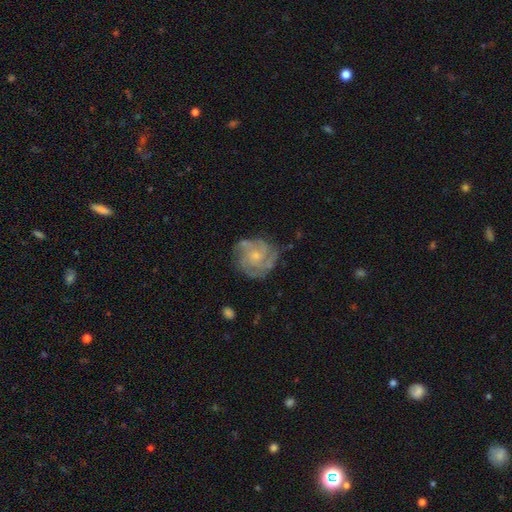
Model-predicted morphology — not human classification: featured or disk 80%, smooth 14%, star or artifact 6%. Down the decision tree: edge-on disk — no (98%); bar — no (74%); spiral arms — yes (94%); spiral arm count — 3 (37%); spiral winding — tight (59%); bulge size — small (57%); merging — none (73%).